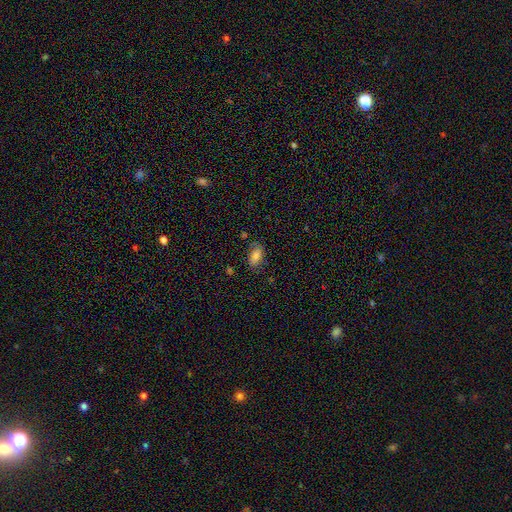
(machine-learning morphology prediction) Q: Smooth or featured?
A: smooth (79%); runner-up: featured or disk (11%)
Q: How rounded?
A: in between (91%); runner-up: round (5%)
Q: Merging?
A: none (68%); runner-up: minor disturbance (22%)